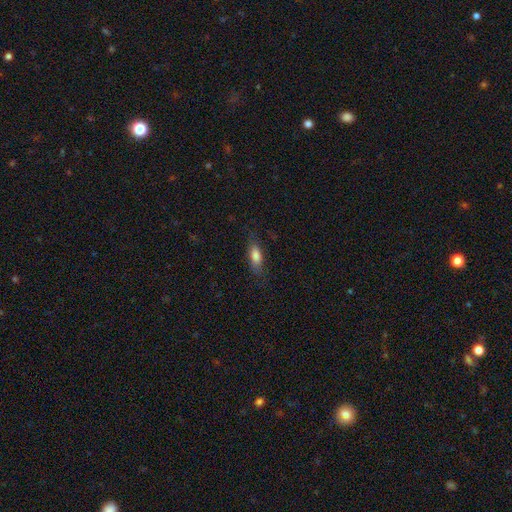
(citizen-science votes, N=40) A smooth galaxy with no disk features (78%) that is in between round and cigar-shaped (58%).

Vote fractions:
- Smooth or featured? smooth: 78% / featured or disk: 18% / star or artifact: 5%
- How rounded? in between: 58% / cigar-shaped: 42% / round: 0%
- Merging? none: 82% / minor disturbance: 18% / major disturbance: 0% / merger: 0%